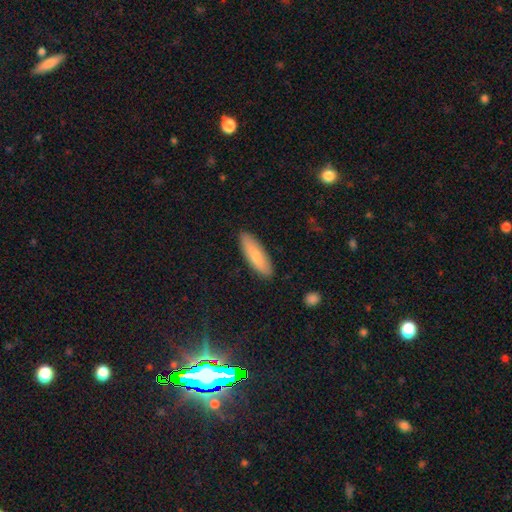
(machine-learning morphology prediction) smooth 75%, featured or disk 19%, star or artifact 6%. Down the decision tree: how rounded — cigar-shaped (52%); merging — none (88%).